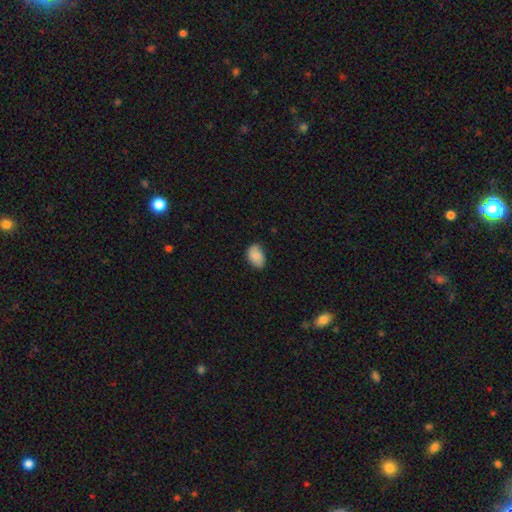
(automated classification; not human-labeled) A smooth galaxy with no disk features (85%) that is in between round and cigar-shaped (86%).

Vote fractions:
- Smooth or featured? smooth: 85% / featured or disk: 8% / star or artifact: 7%
- How rounded? in between: 86% / round: 13% / cigar-shaped: 1%
- Merging? none: 75% / minor disturbance: 20% / major disturbance: 3% / merger: 1%